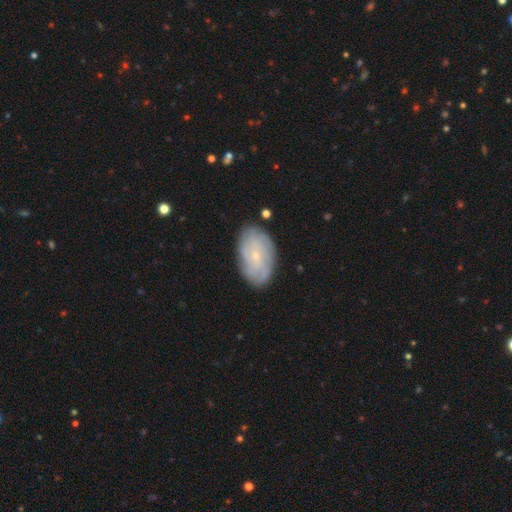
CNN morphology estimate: Smooth or featured? Predicted: featured or disk (p=0.62). Edge-on disk? Predicted: no (p=0.95). Bar? Predicted: no (p=0.68). Spiral arms? Predicted: yes (p=0.85). Spiral winding? Predicted: tight (p=0.64). Spiral arm count? Predicted: can't tell (p=0.52). Bulge size? Predicted: small (p=0.80). Merging? Predicted: none (p=0.82).